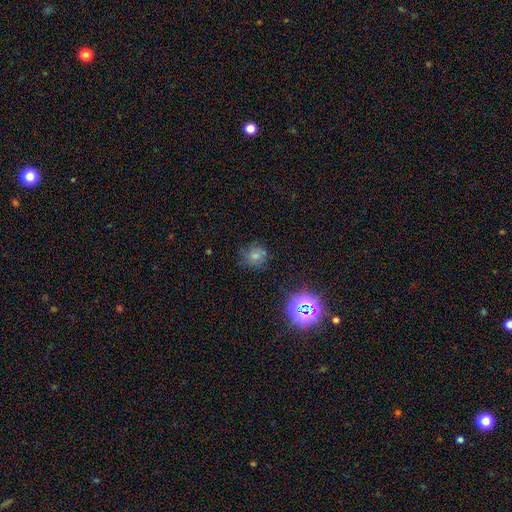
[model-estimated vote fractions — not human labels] Q: Smooth or featured?
A: smooth (64%); runner-up: star or artifact (24%)
Q: How rounded?
A: round (82%); runner-up: in between (17%)
Q: Merging?
A: none (72%); runner-up: minor disturbance (19%)